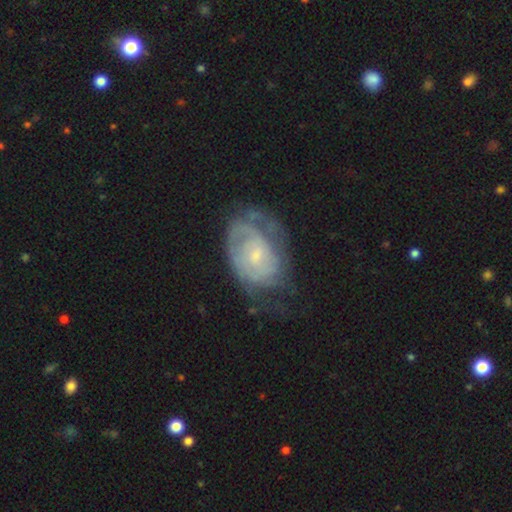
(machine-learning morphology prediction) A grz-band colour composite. It shows a featured or disk galaxy (72%) with no bar (68%), tight (59%) spiral arms (80%) and a small central bulge (64%). Merging: none (49%).